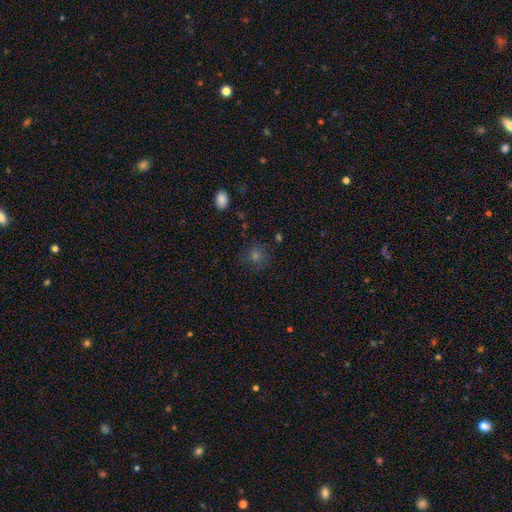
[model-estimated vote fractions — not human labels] smooth 60%, star or artifact 28%, featured or disk 12%. Down the decision tree: how rounded — round (87%); merging — none (81%).